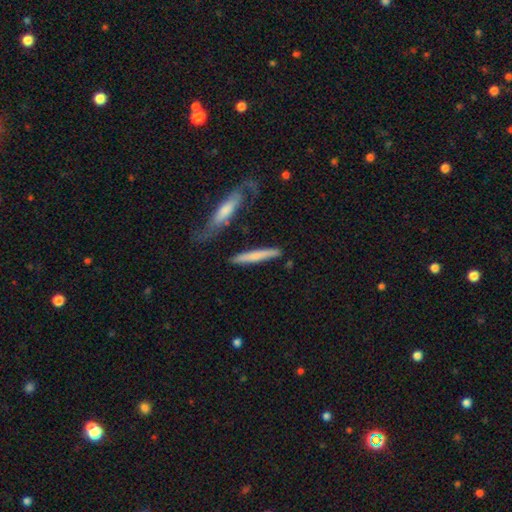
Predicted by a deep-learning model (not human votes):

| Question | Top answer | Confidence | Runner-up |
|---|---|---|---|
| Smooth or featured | smooth | 60% | featured or disk (34%) |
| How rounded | cigar-shaped | 92% | in between (6%) |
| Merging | none | 76% | minor disturbance (14%) |